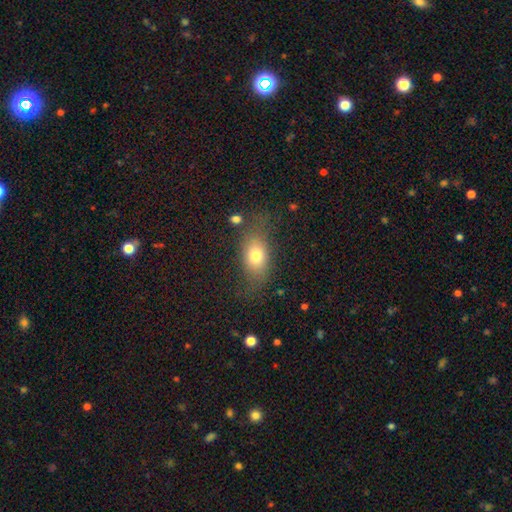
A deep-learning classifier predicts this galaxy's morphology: The model was most divided on "merging": none: 66%, minor disturbance: 19%, major disturbance: 11%, merger: 3%. More confident: how rounded — in between (78%); smooth or featured — smooth (73%).